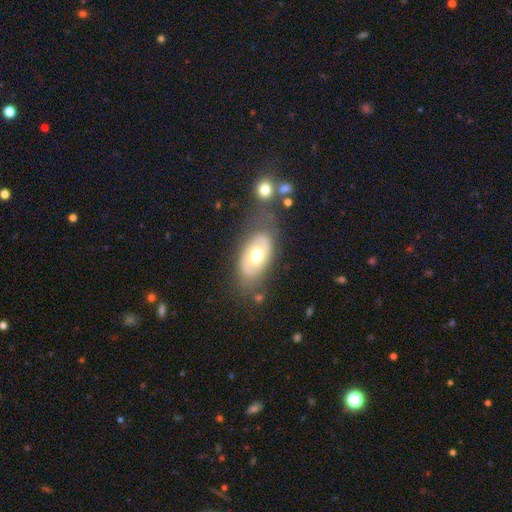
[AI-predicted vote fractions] smooth_or_featured: featured or disk (p=0.53) [alt: smooth p=0.41]
disk_edge_on: no (p=0.89) [alt: yes p=0.11]
merging: none (p=0.67) [alt: minor disturbance p=0.18]